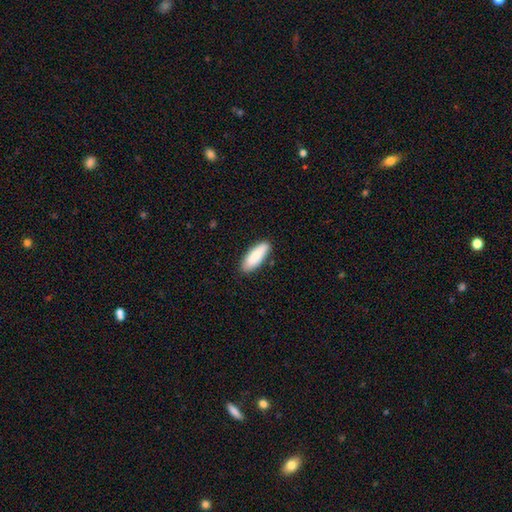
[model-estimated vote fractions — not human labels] This appears to be a smooth galaxy with no disk features (88%) that is in between round and cigar-shaped (59%). Merging: none (85%).